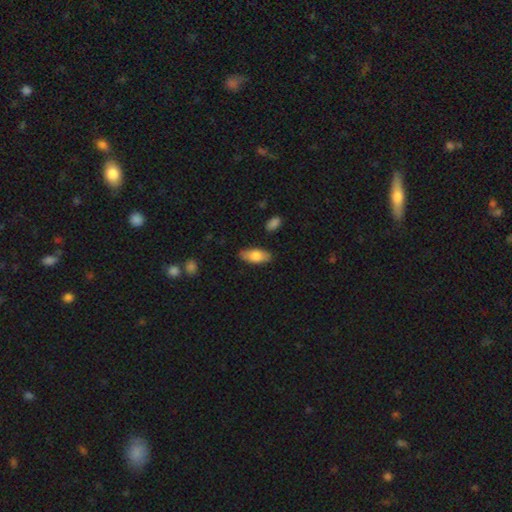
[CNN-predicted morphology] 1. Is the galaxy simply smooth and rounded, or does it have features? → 76% smooth, 18% featured or disk, 6% star or artifact.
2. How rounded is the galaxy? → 87% in between, 11% cigar-shaped, 2% round.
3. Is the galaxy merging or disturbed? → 84% none, 12% minor disturbance, 2% major disturbance, 2% merger.